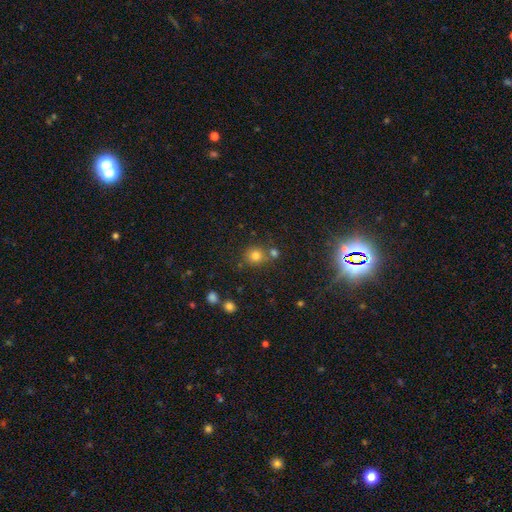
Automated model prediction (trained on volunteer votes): A smooth galaxy with no disk features (78%) that is round (86%). Merging: none (67%).